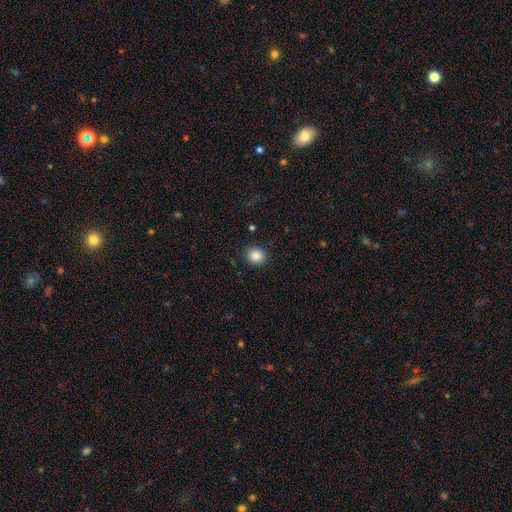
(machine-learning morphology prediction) Smooth or featured: smooth — 86% (star or artifact — 10%)
How rounded: round — 84% (in between — 15%)
Merging: none — 90% (minor disturbance — 7%)